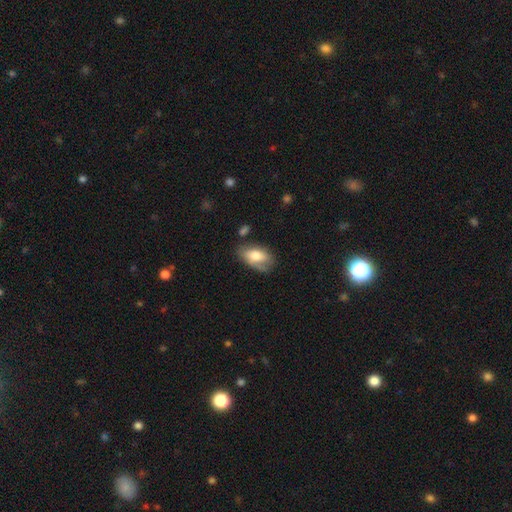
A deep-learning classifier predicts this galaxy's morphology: Smooth or featured: smooth — 71% (featured or disk — 22%)
How rounded: in between — 92% (round — 5%)
Merging: none — 54% (minor disturbance — 30%)